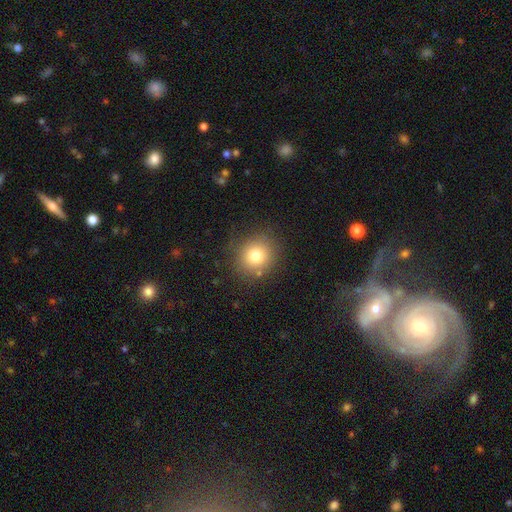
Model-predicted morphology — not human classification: Smooth or featured? smooth (77%)
How rounded? round (85%)
Merging? none (83%)